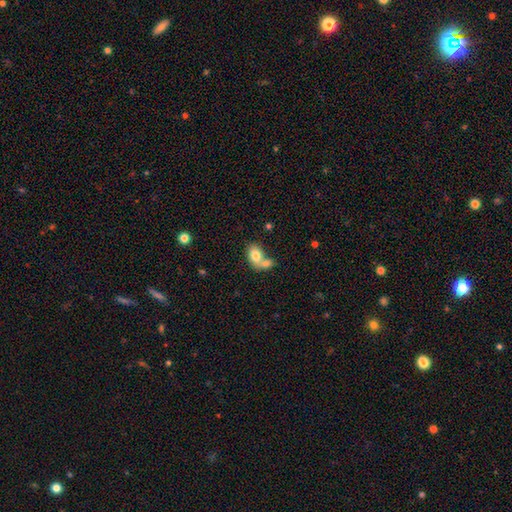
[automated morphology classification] This is likely a smooth galaxy (76%). How rounded: likely in between (75%). Merging: likely merger (62%).